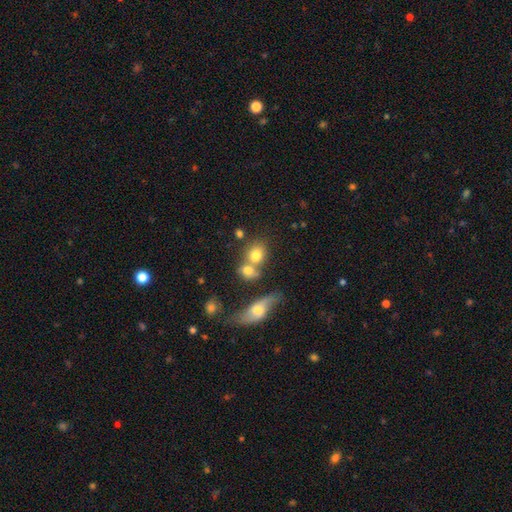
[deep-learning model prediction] Morphology: type=smooth (74%); roundness=round (61%); merging=merger (46%).